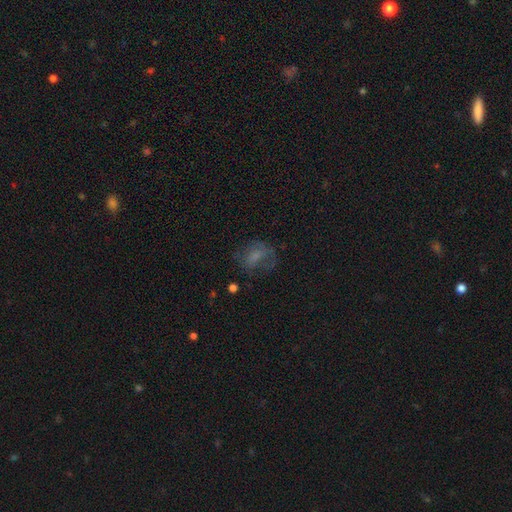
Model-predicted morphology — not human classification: smooth 50%, featured or disk 33%, star or artifact 17%. Down the decision tree: how rounded — in between (63%); merging — none (47%).